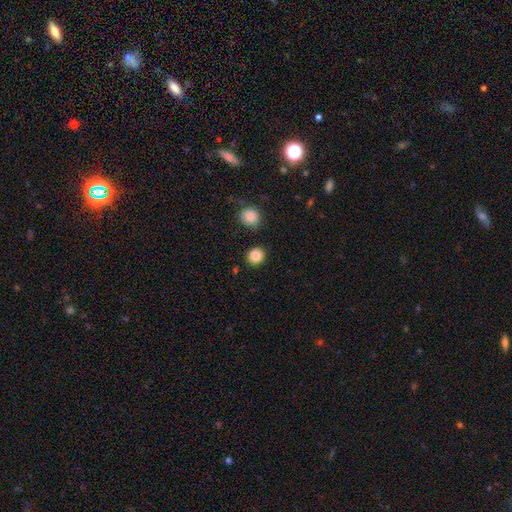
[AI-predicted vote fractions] Smooth or featured?
  - smooth: 86% *
  - star or artifact: 10%
  - featured or disk: 4%
How rounded?
  - round: 88% *
  - in between: 11%
  - cigar-shaped: 1%
Merging?
  - none: 89% *
  - minor disturbance: 6%
  - merger: 3%
  - major disturbance: 2%